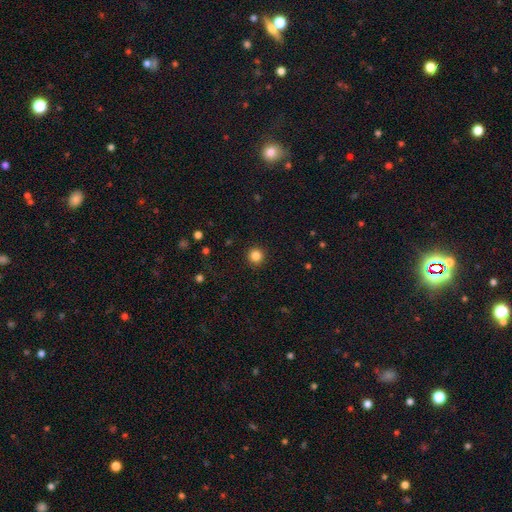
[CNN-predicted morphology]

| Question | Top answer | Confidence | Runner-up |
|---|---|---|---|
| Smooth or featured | smooth | 84% | star or artifact (12%) |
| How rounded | round | 95% | in between (4%) |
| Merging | none | 92% | minor disturbance (5%) |